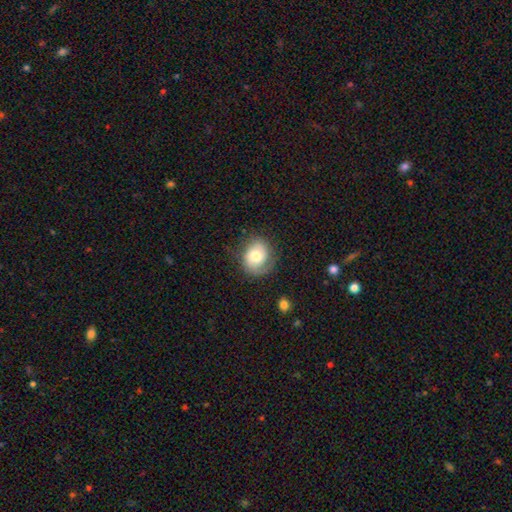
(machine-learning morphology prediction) This appears to be a smooth galaxy with no disk features (48%). Merging: none (69%).